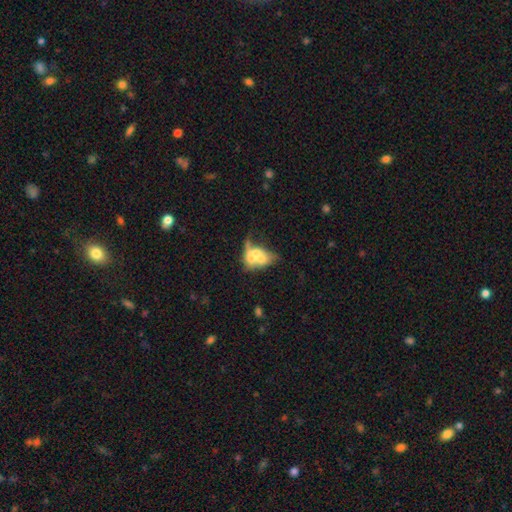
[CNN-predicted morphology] This appears to be a smooth galaxy with no disk features (50%) that is in between round and cigar-shaped (74%). Merging: merger (65%).